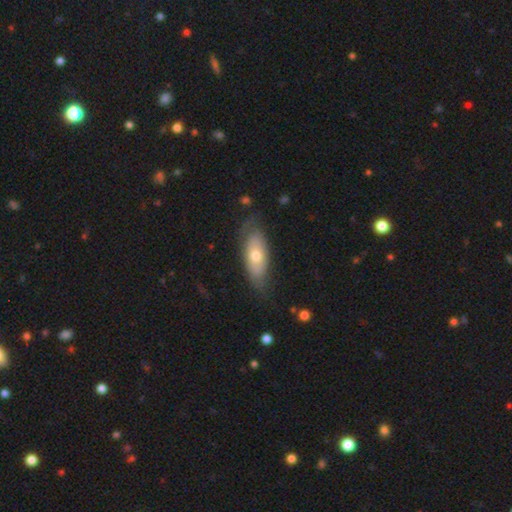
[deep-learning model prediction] Smooth or featured?
  - smooth: 56% *
  - featured or disk: 38%
  - star or artifact: 6%
How rounded?
  - in between: 77% *
  - cigar-shaped: 20%
  - round: 3%
Merging?
  - none: 72% *
  - minor disturbance: 21%
  - major disturbance: 6%
  - merger: 1%